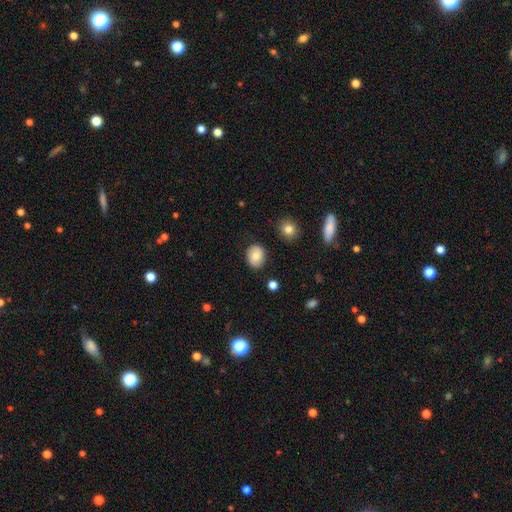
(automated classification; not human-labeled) Smooth or featured? smooth (77%)
How rounded? in between (58%)
Merging? none (84%)